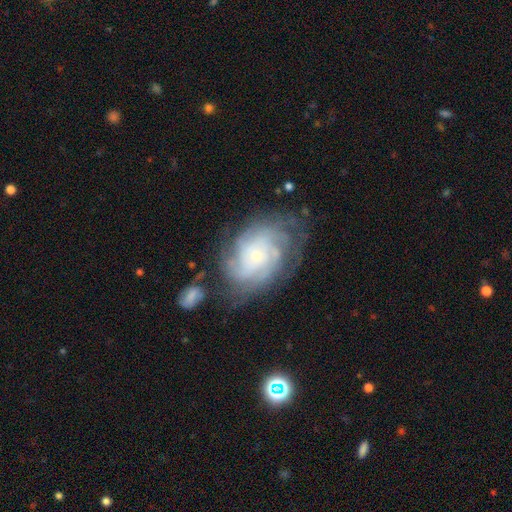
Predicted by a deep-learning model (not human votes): featured or disk 84%, smooth 9%, star or artifact 6%. Down the decision tree: edge-on disk — no (97%); bar — no (79%); spiral arms — yes (95%); spiral arm count — can't tell (30%); spiral winding — tight (69%); bulge size — small (79%); merging — none (67%).